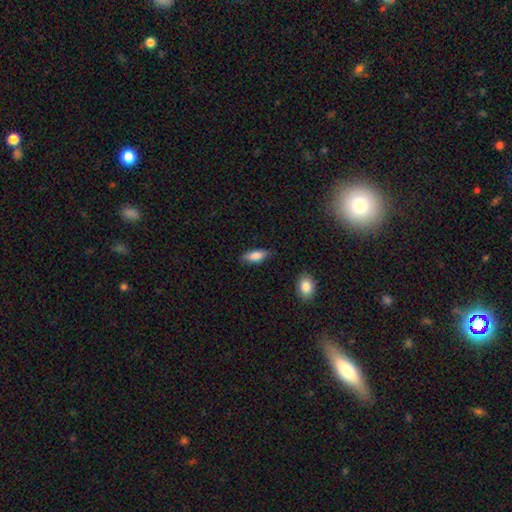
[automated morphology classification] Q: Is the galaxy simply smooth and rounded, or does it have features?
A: smooth — 84%.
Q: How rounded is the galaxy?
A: in between — 74%.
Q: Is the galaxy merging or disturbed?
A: none — 82%.